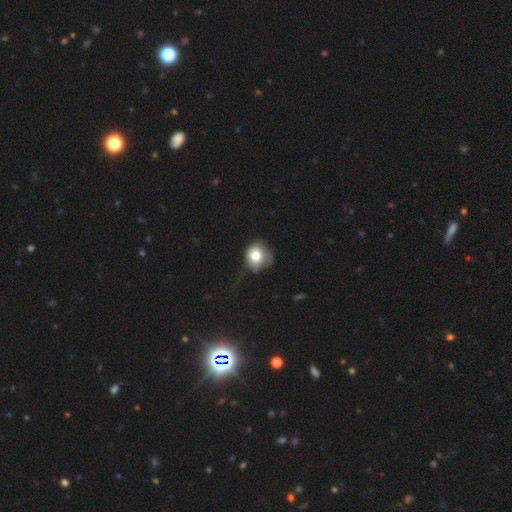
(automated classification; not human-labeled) Q: Smooth or featured?
A: smooth (76%); runner-up: featured or disk (13%)
Q: How rounded?
A: round (76%); runner-up: in between (24%)
Q: Merging?
A: none (46%); runner-up: minor disturbance (34%)